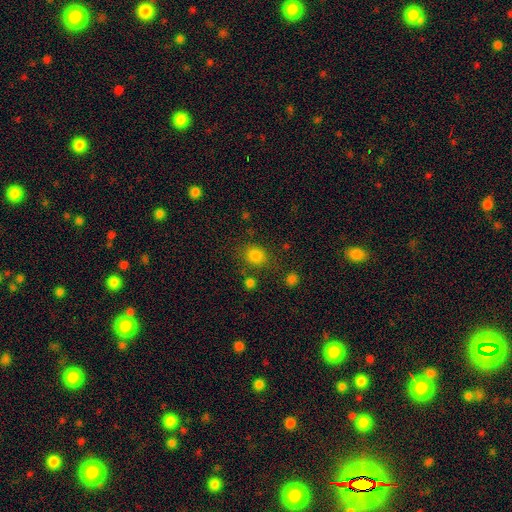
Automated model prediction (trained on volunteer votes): smooth_or_featured: smooth (p=0.81) [alt: star or artifact p=0.13]
how_rounded: round (p=0.71) [alt: in between p=0.28]
merging: none (p=0.75) [alt: minor disturbance p=0.12]